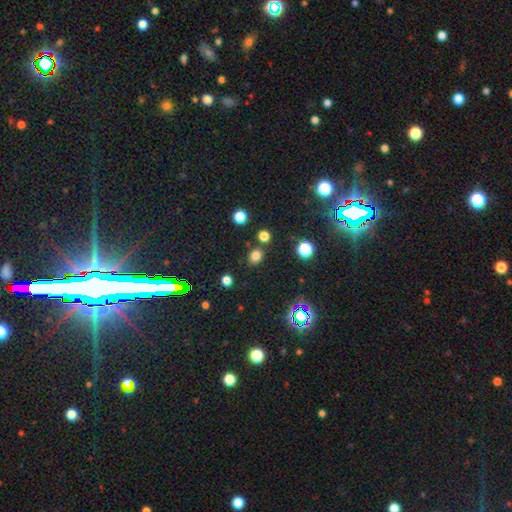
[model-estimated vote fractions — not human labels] Smooth or featured: smooth — 76% (star or artifact — 18%)
How rounded: round — 54% (in between — 45%)
Merging: none — 81% (minor disturbance — 9%)